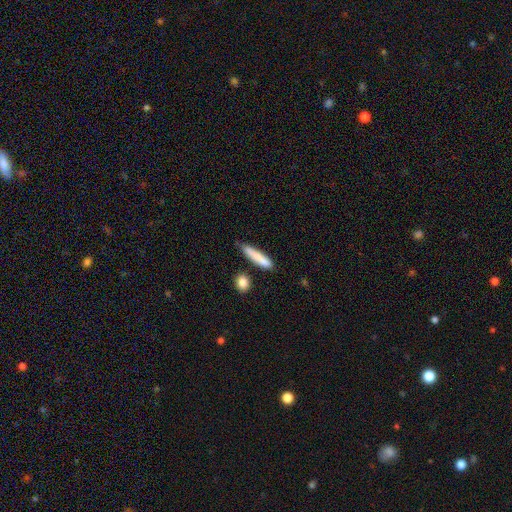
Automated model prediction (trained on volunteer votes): A smooth galaxy with no disk features (81%) that is cigar-shaped (87%).

Vote fractions:
- Smooth or featured? smooth: 81% / featured or disk: 12% / star or artifact: 6%
- How rounded? cigar-shaped: 87% / in between: 12% / round: 2%
- Merging? none: 70% / minor disturbance: 20% / merger: 6% / major disturbance: 4%